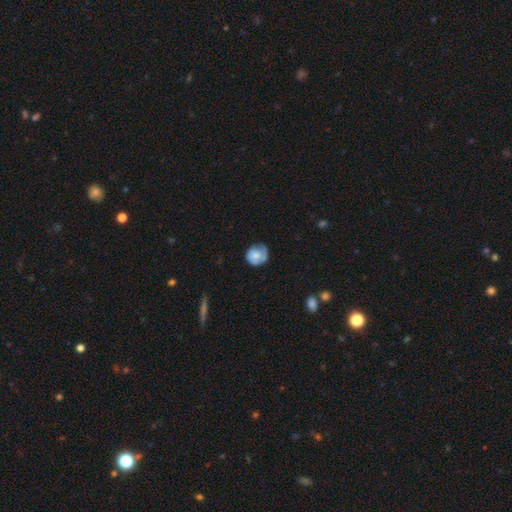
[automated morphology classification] type=smooth (60%); roundness=round (80%); merging=none (55%).